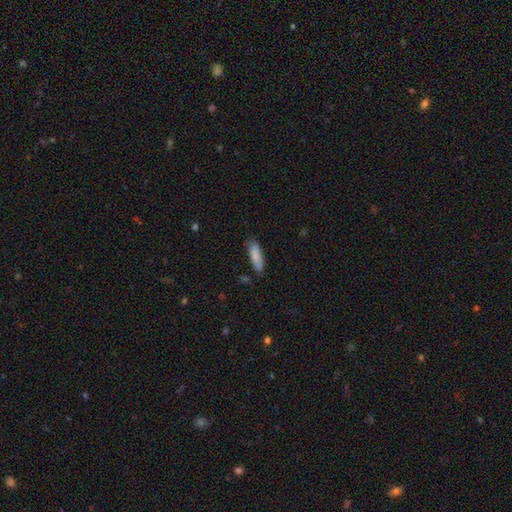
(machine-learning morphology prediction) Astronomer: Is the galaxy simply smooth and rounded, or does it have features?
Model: smooth — 85%.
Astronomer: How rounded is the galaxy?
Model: cigar-shaped — 50% (runner-up: in between, 49%).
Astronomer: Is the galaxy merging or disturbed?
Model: none — 81%.